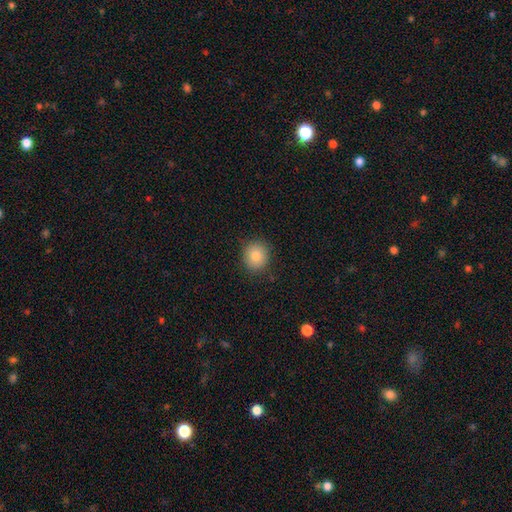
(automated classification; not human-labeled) Morphology: type=smooth (82%); roundness=round (86%); merging=none (88%).